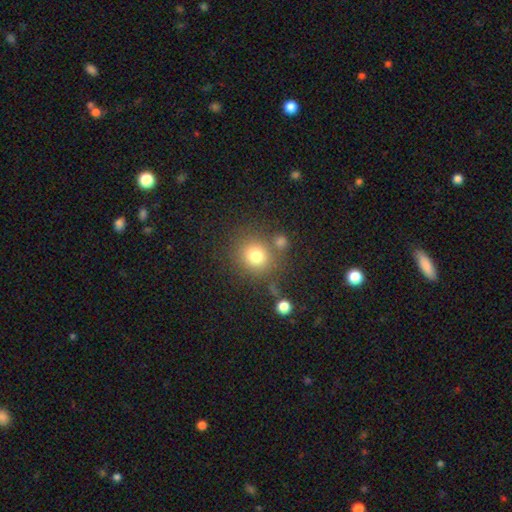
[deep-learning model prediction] This appears to be a smooth galaxy with no disk features (77%) that is round (86%). Merging: none (74%).